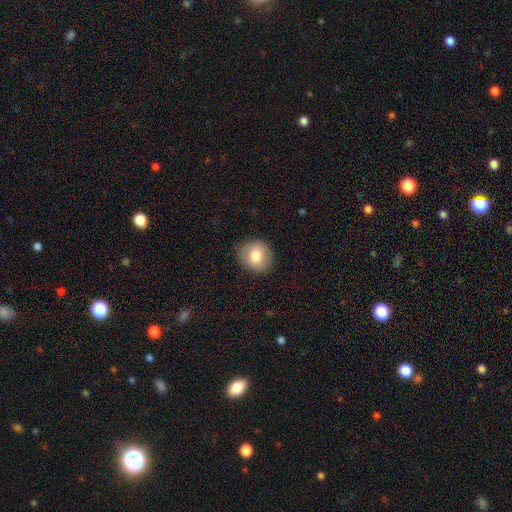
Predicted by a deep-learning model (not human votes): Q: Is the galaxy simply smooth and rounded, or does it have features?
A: smooth — 79%.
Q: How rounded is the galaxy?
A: round — 76%.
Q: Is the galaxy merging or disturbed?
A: none — 85%.